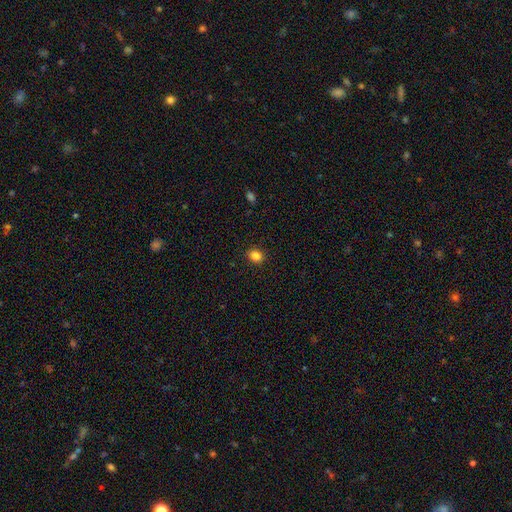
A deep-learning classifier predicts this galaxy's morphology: A smooth galaxy with no disk features (85%) that is round (67%).

Vote fractions:
- Smooth or featured? smooth: 85% / star or artifact: 11% / featured or disk: 4%
- How rounded? round: 67% / in between: 32% / cigar-shaped: 1%
- Merging? none: 90% / minor disturbance: 7% / major disturbance: 2% / merger: 1%